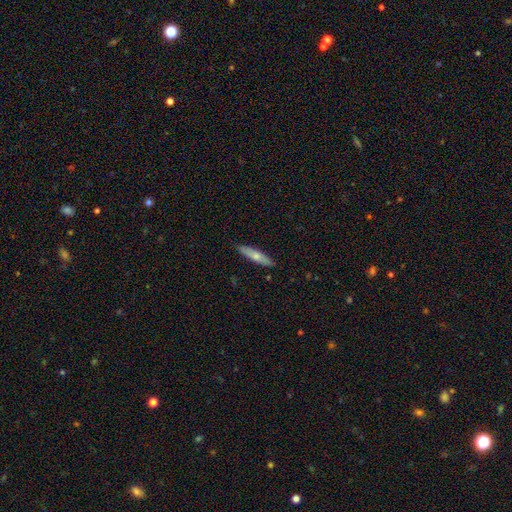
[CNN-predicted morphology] Smooth or featured? smooth (66%)
How rounded? cigar-shaped (81%)
Merging? none (88%)